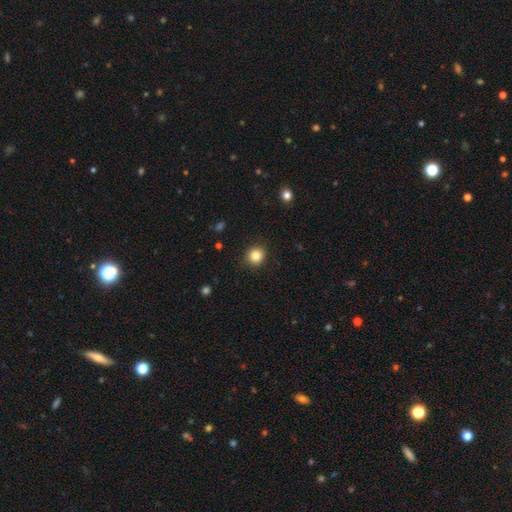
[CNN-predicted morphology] Overall: smooth (85%). How rounded: round (88%). Merging: none (89%).